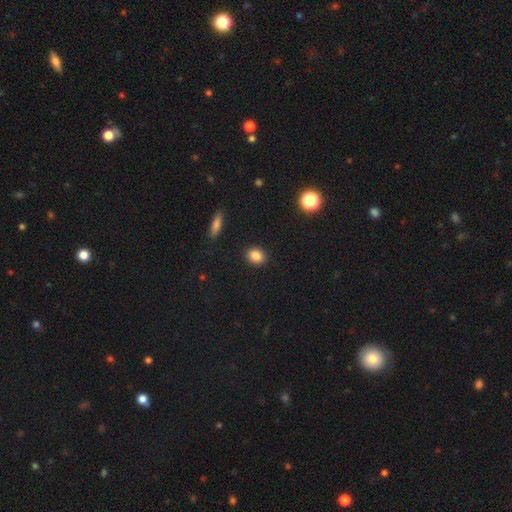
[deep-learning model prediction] This is clearly a smooth galaxy (86%). How rounded: possibly in between (56%). Merging: clearly none (90%).